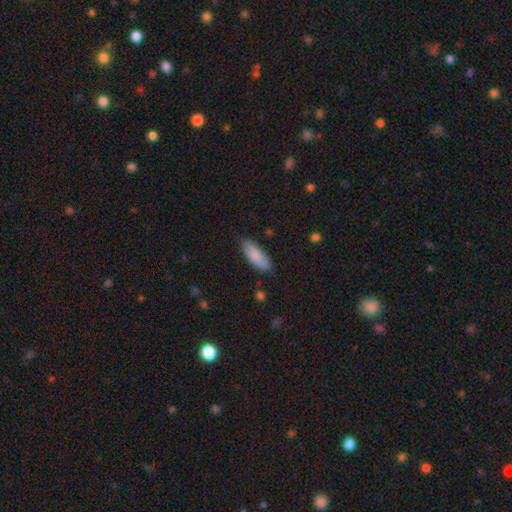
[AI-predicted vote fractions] This is clearly a smooth galaxy (86%). How rounded: likely in between (71%). Merging: clearly none (84%).